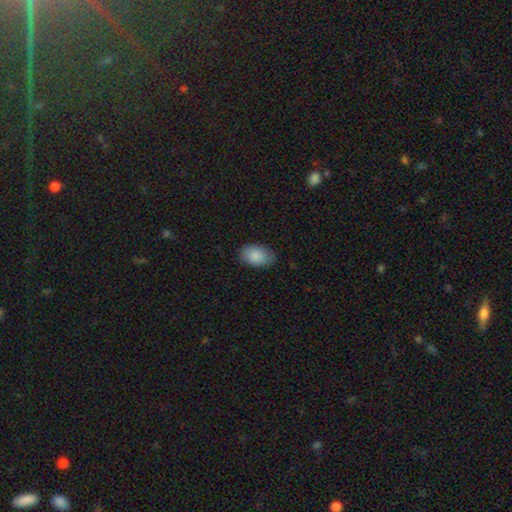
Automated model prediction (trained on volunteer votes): This appears to be a smooth galaxy with no disk features (88%) that is in between round and cigar-shaped (90%). Merging: none (81%).